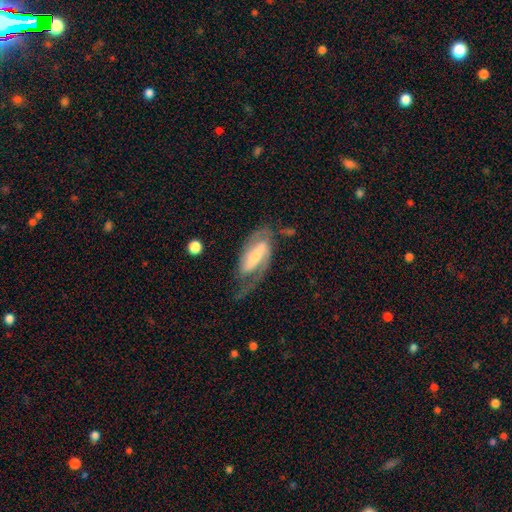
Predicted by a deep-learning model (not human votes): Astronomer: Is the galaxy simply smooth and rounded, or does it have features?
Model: featured or disk — 83%.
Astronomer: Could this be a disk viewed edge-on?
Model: no — 93%.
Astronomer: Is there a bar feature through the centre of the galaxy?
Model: strong — 58%.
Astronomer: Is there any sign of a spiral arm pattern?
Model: yes — 93%.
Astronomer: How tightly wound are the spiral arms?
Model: medium — 48% (runner-up: tight, 28%).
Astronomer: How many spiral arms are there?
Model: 2 — 84%.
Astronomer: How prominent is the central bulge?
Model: small — 47% (runner-up: moderate, 37%).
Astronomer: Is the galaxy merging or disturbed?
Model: none — 58%.